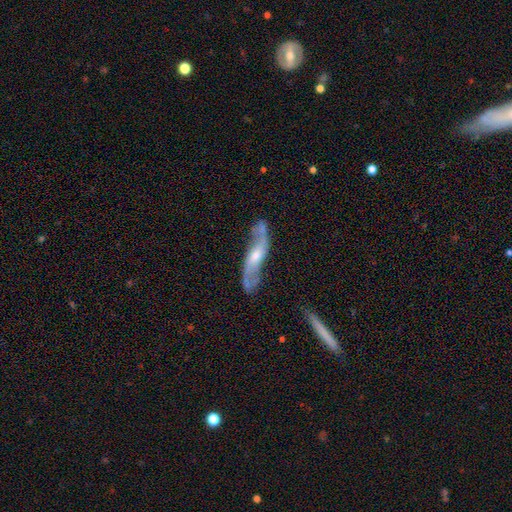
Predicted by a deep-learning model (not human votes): This appears to be a featured or disk galaxy (79%) with no bar (46%), 2 (87%) loose (56%) spiral arms (91%) and a moderate central bulge (51%). Merging: none (68%).